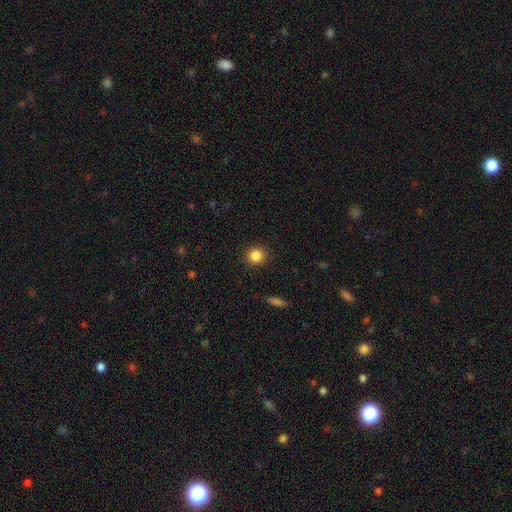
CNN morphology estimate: The model was most divided on "smooth or featured": smooth: 85%, star or artifact: 11%, featured or disk: 4%. More confident: merging — none (91%); how rounded — round (90%).